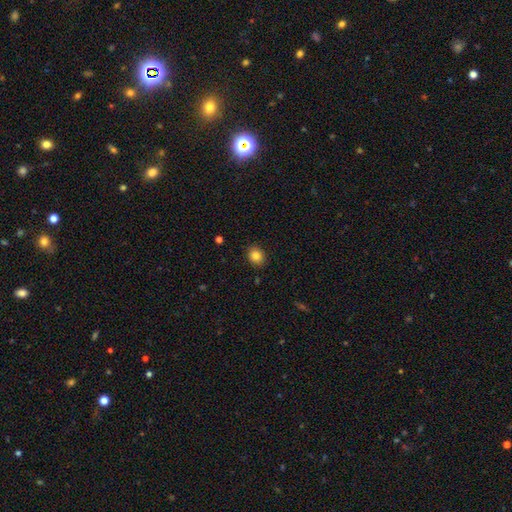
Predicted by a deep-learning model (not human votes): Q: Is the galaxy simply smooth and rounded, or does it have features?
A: smooth — 84%.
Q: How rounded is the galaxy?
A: round — 67%.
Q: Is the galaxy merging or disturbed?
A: none — 89%.